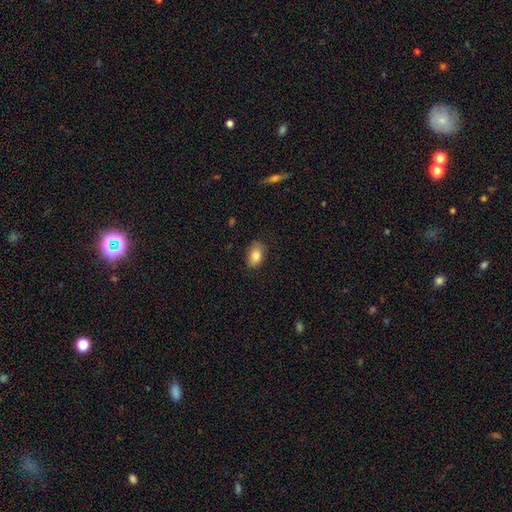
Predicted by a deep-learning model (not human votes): A smooth galaxy with no disk features (84%) that is in between round and cigar-shaped (85%). Merging: none (78%).